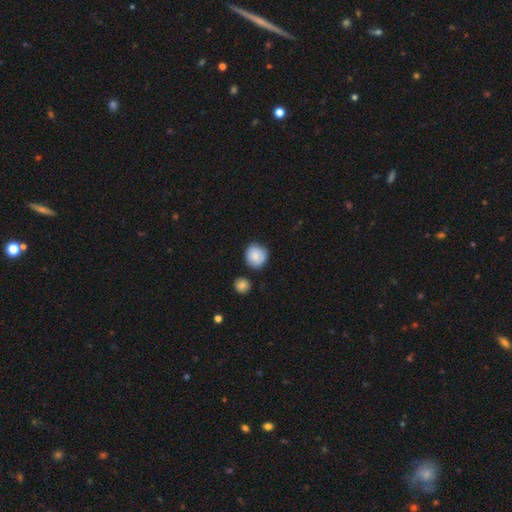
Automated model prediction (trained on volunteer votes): Q: Smooth or featured?
A: smooth (82%); runner-up: featured or disk (10%)
Q: How rounded?
A: round (87%); runner-up: in between (12%)
Q: Merging?
A: none (76%); runner-up: minor disturbance (16%)